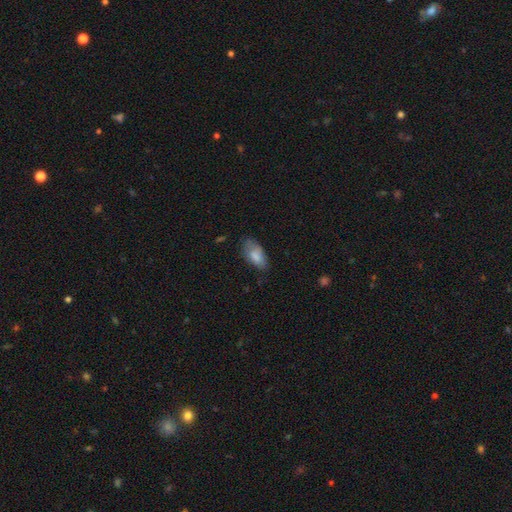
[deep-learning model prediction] Smooth or featured? Predicted: smooth (p=0.80). How rounded? Predicted: in between (p=0.92). Merging? Predicted: none (p=0.58).